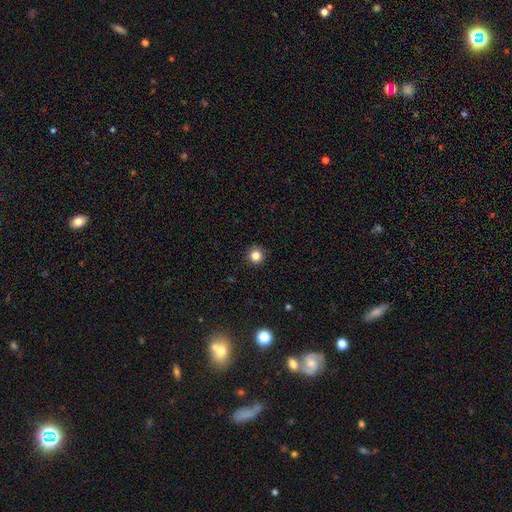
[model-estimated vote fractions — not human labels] Overall: smooth (83%). How rounded: round (95%). Merging: none (91%).